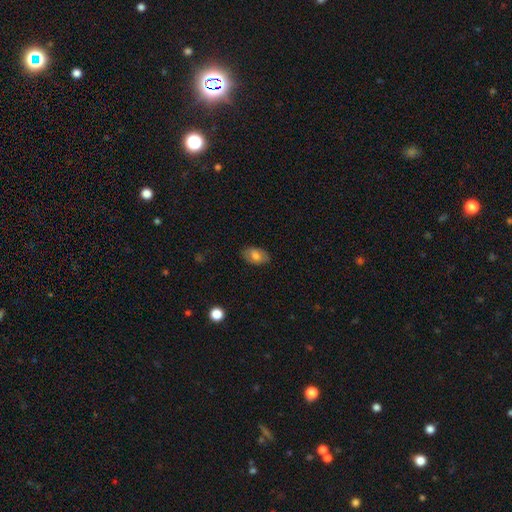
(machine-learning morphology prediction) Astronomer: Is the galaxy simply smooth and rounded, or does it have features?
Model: smooth — 69%.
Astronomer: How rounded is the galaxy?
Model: in between — 89%.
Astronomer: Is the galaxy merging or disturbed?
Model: none — 81%.